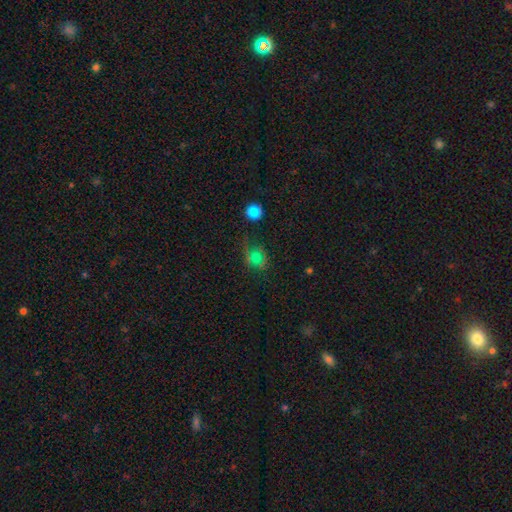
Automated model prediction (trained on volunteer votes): Overall: smooth (41%; star or artifact 32%). Merging: none (51%; minor disturbance 22%).